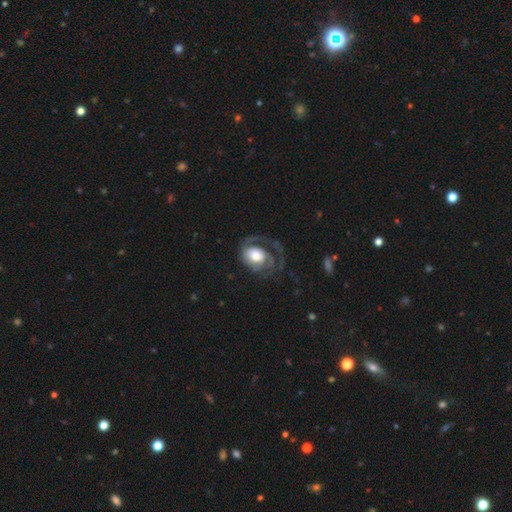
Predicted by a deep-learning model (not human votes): Smooth or featured? featured or disk (73%)
Edge-on disk? no (98%)
Bar? no (73%)
Spiral arms? yes (87%)
Spiral winding? tight (41%)
Spiral arm count? 1 (59%)
Bulge size? large (52%)
Merging? none (41%)